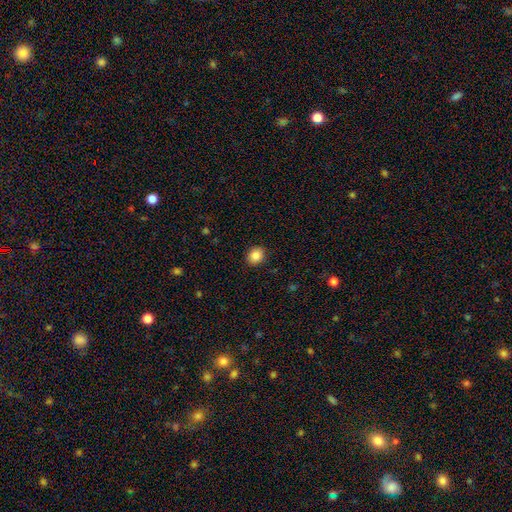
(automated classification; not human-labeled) Smooth or featured?
  - smooth: 87% *
  - star or artifact: 9%
  - featured or disk: 4%
How rounded?
  - round: 67% *
  - in between: 32%
  - cigar-shaped: 1%
Merging?
  - none: 90% *
  - minor disturbance: 7%
  - major disturbance: 2%
  - merger: 1%